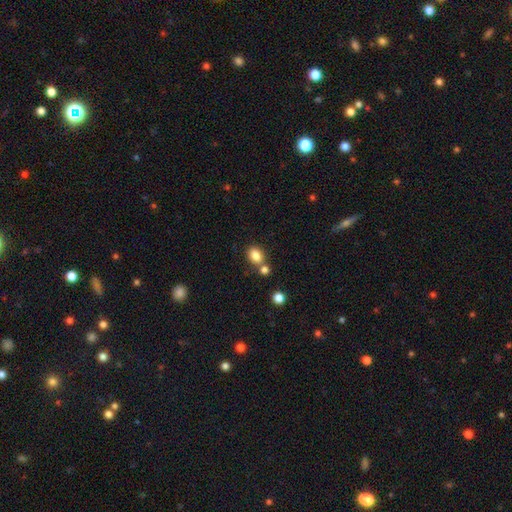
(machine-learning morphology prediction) type=smooth (84%); roundness=in between (69%); merging=none (61%).